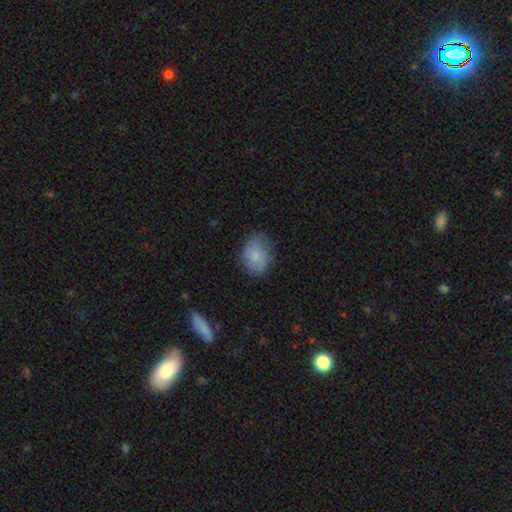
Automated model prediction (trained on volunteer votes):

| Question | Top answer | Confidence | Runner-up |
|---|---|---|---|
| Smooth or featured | smooth | 83% | featured or disk (10%) |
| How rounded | in between | 76% | round (23%) |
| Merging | none | 74% | minor disturbance (20%) |